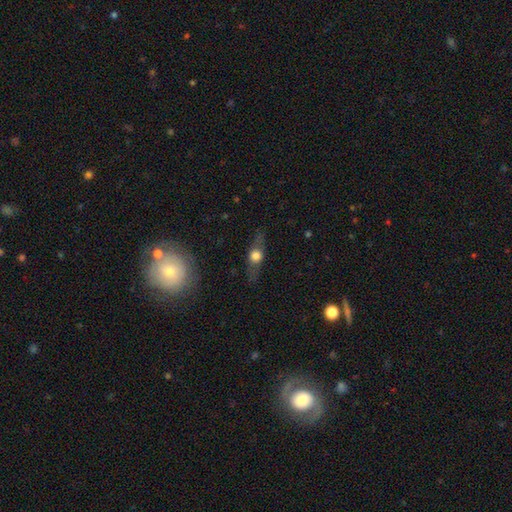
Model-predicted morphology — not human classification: The model was most divided on "smooth or featured": featured or disk: 50%, smooth: 40%, star or artifact: 10%. More confident: edge-on disk — yes (84%); merging — none (82%).